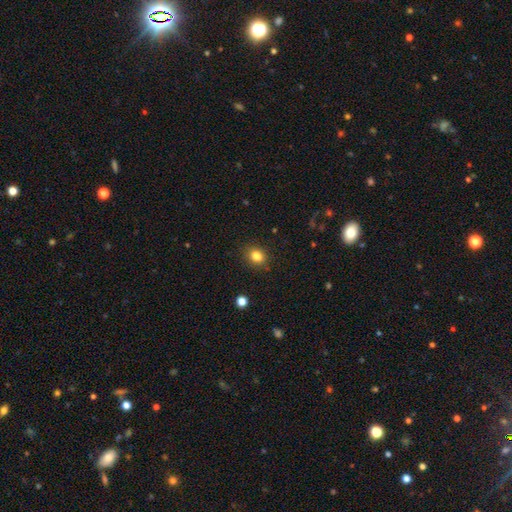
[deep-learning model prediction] The model was most divided on "how rounded": round: 59%, in between: 40%, cigar-shaped: 1%. More confident: merging — none (86%); smooth or featured — smooth (83%).